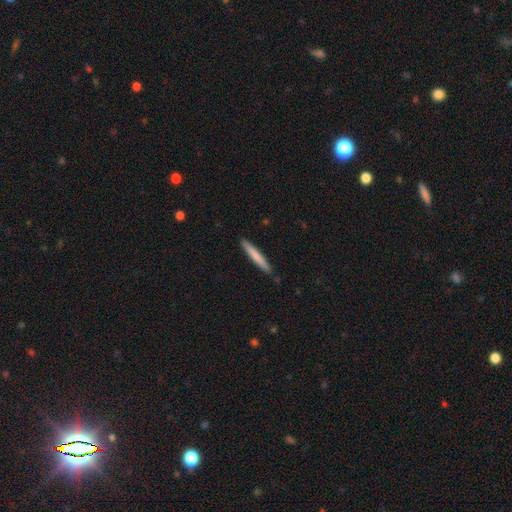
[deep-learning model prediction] A smooth galaxy with no disk features (74%) that is cigar-shaped (96%). Merging: none (90%).